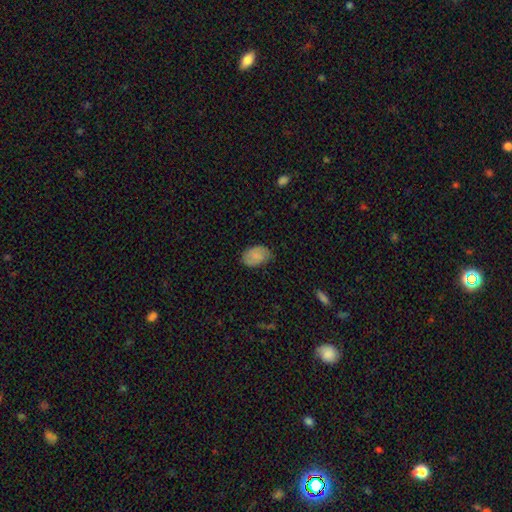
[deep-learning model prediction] Q: Smooth or featured?
A: smooth (78%); runner-up: featured or disk (14%)
Q: How rounded?
A: in between (88%); runner-up: round (11%)
Q: Merging?
A: none (75%); runner-up: minor disturbance (20%)